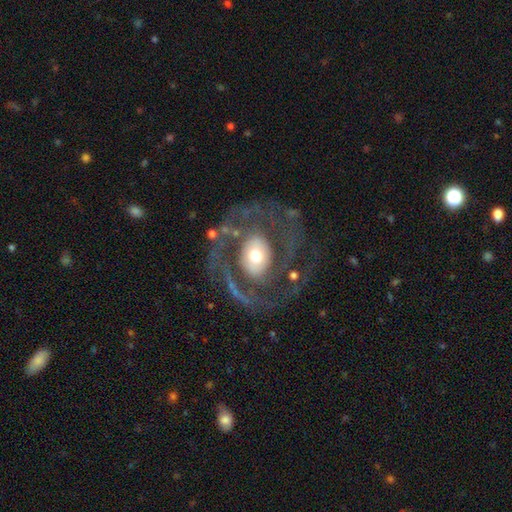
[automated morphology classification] type=featured or disk (80%); edge-on=no (96%); bar=no (66%); spiral arms=yes (82%); winding=medium (44%); arm count=2 (62%); bulge=moderate (55%); merging=none (62%).